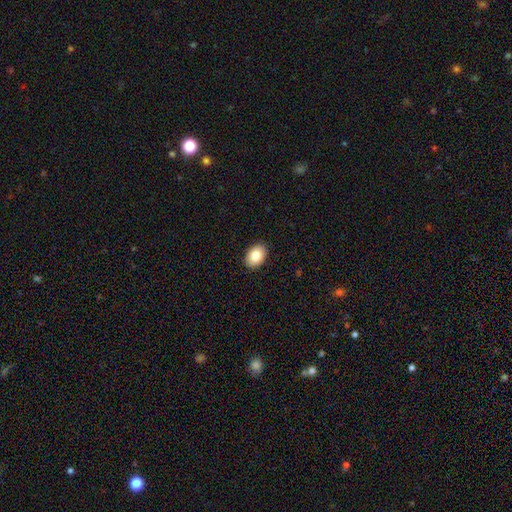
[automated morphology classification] Q: Smooth or featured?
A: smooth (82%); runner-up: featured or disk (10%)
Q: How rounded?
A: in between (79%); runner-up: round (20%)
Q: Merging?
A: none (91%); runner-up: minor disturbance (7%)